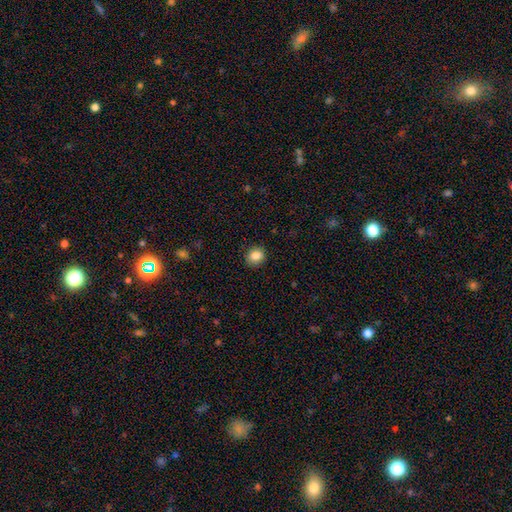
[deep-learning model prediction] Smooth or featured: smooth — 85% (star or artifact — 10%)
How rounded: round — 66% (in between — 33%)
Merging: none — 89% (minor disturbance — 8%)